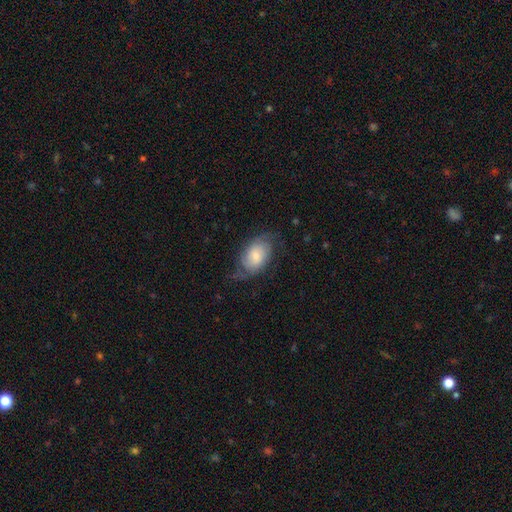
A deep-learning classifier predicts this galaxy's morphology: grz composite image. It shows a featured or disk galaxy (55%) with no bar (69%), spiral arms (87%) and a moderate central bulge (40%, tied with small). Merging: none (56%).